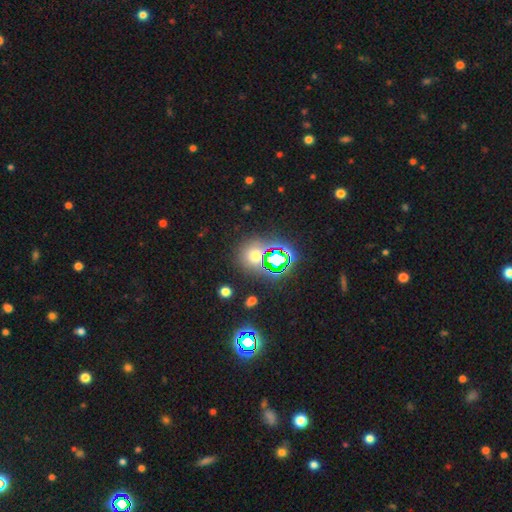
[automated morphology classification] This appears to be a smooth galaxy with no disk features (50%) that is round (82%). Merging: none (76%).